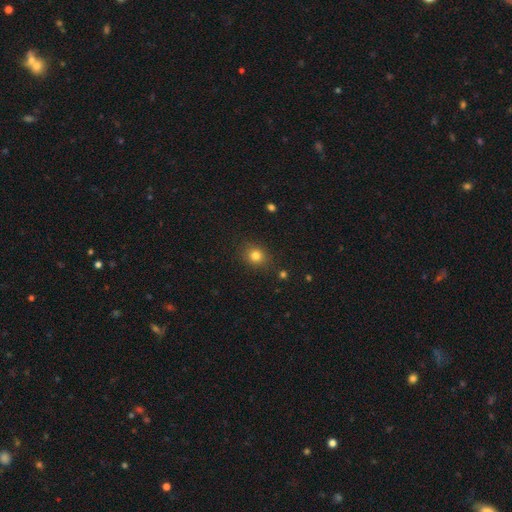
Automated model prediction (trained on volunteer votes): smooth_or_featured: smooth (p=0.81) [alt: star or artifact p=0.13]
how_rounded: round (p=0.73) [alt: in between p=0.26]
merging: none (p=0.86) [alt: minor disturbance p=0.09]